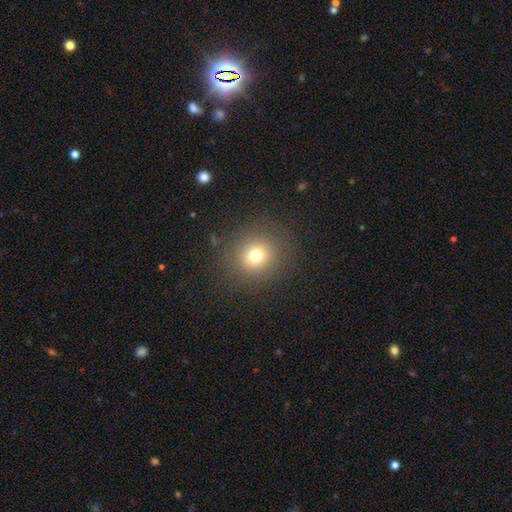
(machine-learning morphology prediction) type=smooth (74%); roundness=round (87%); merging=none (87%).